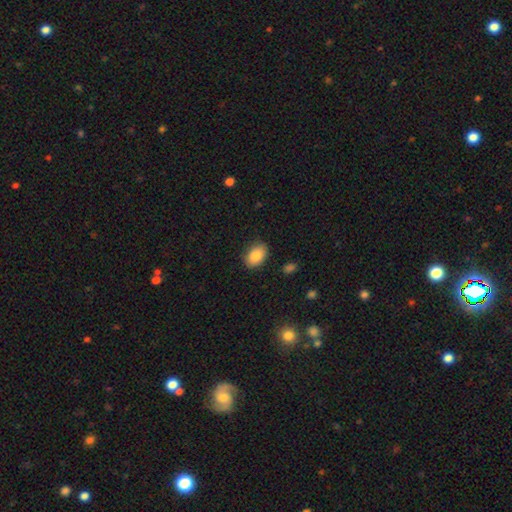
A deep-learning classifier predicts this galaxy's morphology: The model was most divided on "how rounded": in between: 85%, round: 14%, cigar-shaped: 1%. More confident: smooth or featured — smooth (87%); merging — none (86%).